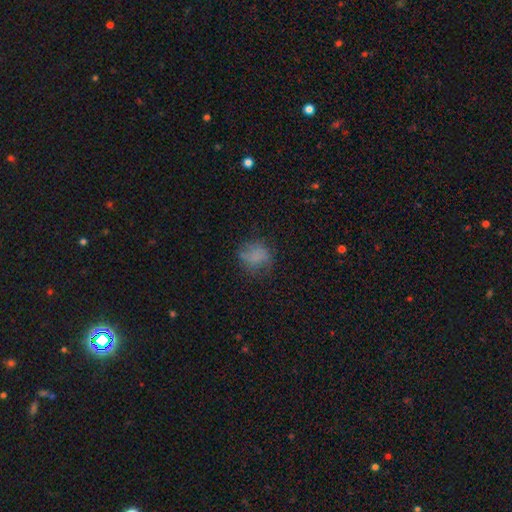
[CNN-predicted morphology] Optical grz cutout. It shows a smooth galaxy with no disk features (71%) that is round (70%). Merging: none (62%).